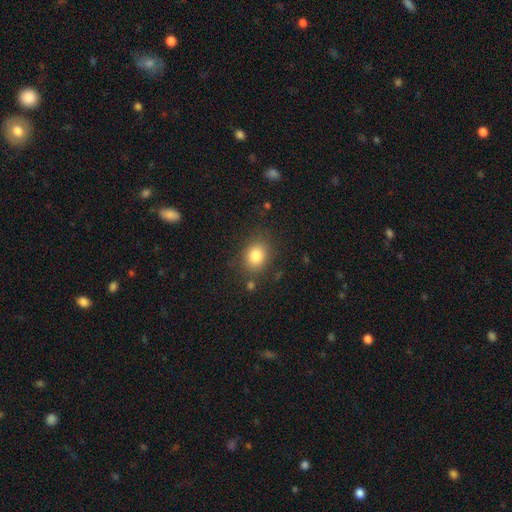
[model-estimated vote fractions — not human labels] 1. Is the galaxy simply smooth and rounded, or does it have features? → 83% smooth, 10% star or artifact, 6% featured or disk.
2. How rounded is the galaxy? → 50% round, 49% in between, 1% cigar-shaped.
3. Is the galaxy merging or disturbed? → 80% none, 12% minor disturbance, 4% major disturbance, 3% merger.